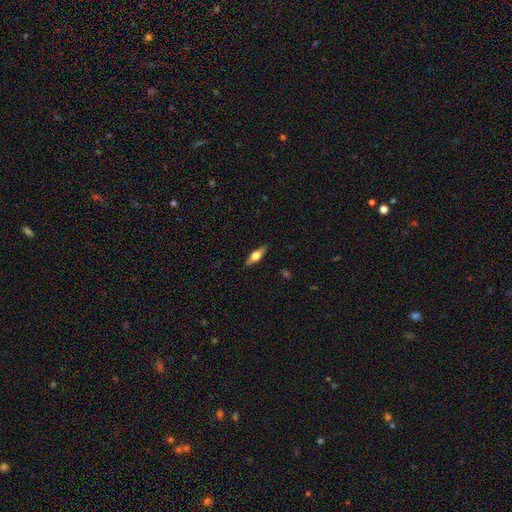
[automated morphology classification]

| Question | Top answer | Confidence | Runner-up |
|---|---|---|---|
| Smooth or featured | featured or disk | 52% | smooth (42%) |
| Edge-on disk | yes | 93% | no (7%) |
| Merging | none | 87% | minor disturbance (10%) |